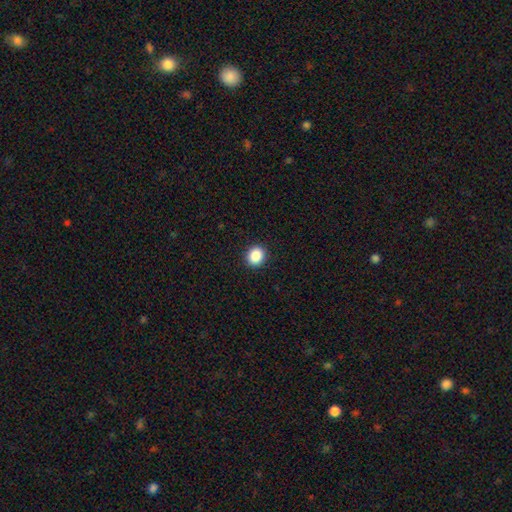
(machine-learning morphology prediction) Smooth or featured?
  - smooth: 87% *
  - star or artifact: 9%
  - featured or disk: 3%
How rounded?
  - round: 79% *
  - in between: 20%
  - cigar-shaped: 1%
Merging?
  - none: 91% *
  - minor disturbance: 6%
  - major disturbance: 2%
  - merger: 1%